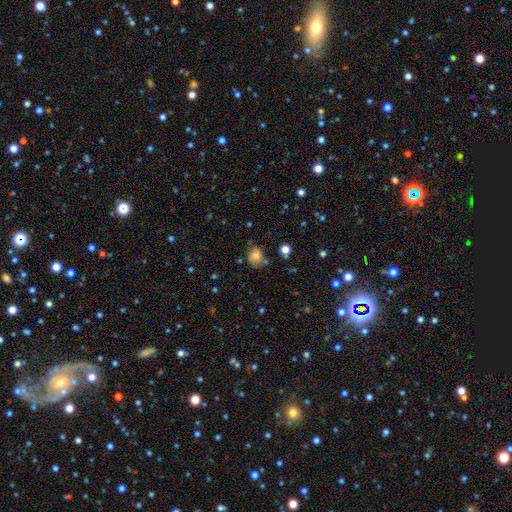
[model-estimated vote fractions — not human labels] This appears to be a smooth galaxy with no disk features (76%) that is round (66%). Merging: none (66%).